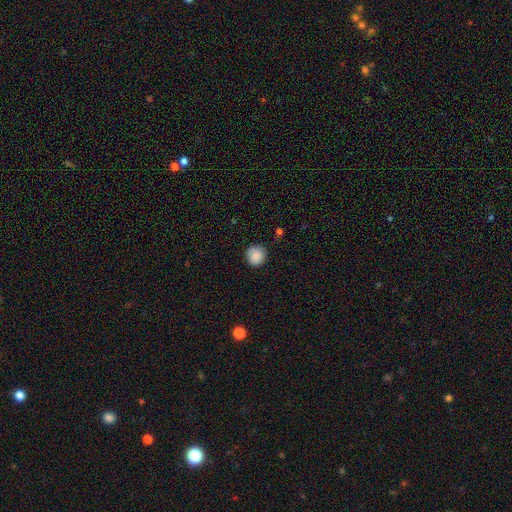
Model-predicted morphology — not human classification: smooth 87%, star or artifact 9%, featured or disk 4%. Down the decision tree: how rounded — round (92%); merging — none (84%).